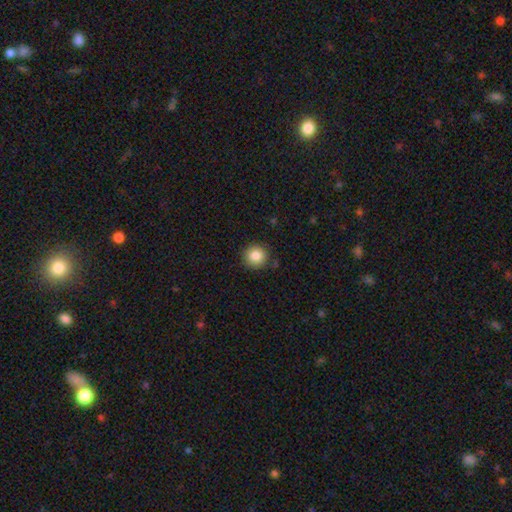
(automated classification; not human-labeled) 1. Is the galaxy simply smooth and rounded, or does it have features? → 84% smooth, 9% star or artifact, 6% featured or disk.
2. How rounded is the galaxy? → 94% round, 5% in between, 1% cigar-shaped.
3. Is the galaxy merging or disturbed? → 88% none, 8% minor disturbance, 2% major disturbance, 2% merger.